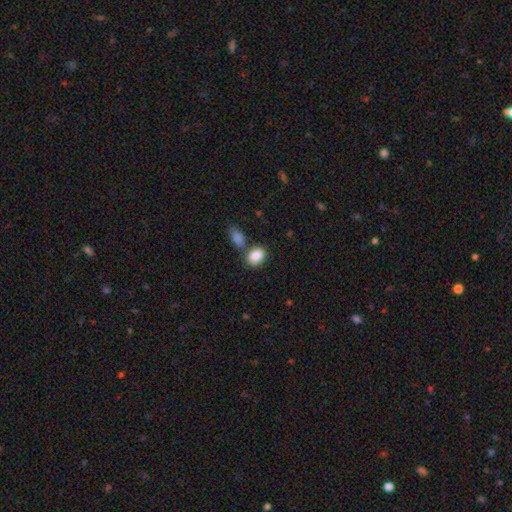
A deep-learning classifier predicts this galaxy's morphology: type=smooth (87%); roundness=in between (75%); merging=none (59%).